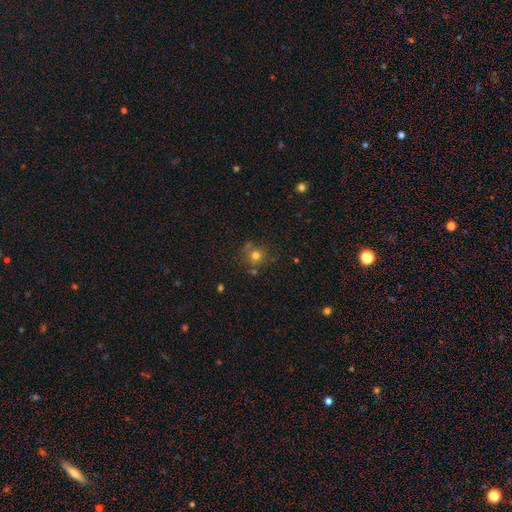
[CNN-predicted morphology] This is likely a smooth galaxy (72%). How rounded: clearly round (89%). Merging: likely none (70%).